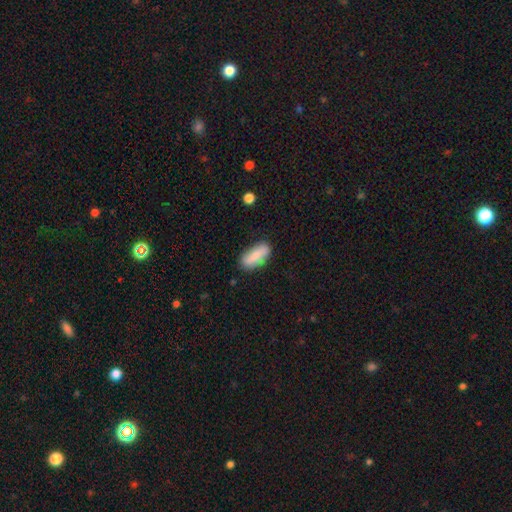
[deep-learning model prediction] Smooth or featured: smooth — 74% (featured or disk — 20%)
How rounded: in between — 79% (cigar-shaped — 18%)
Merging: none — 82% (minor disturbance — 14%)